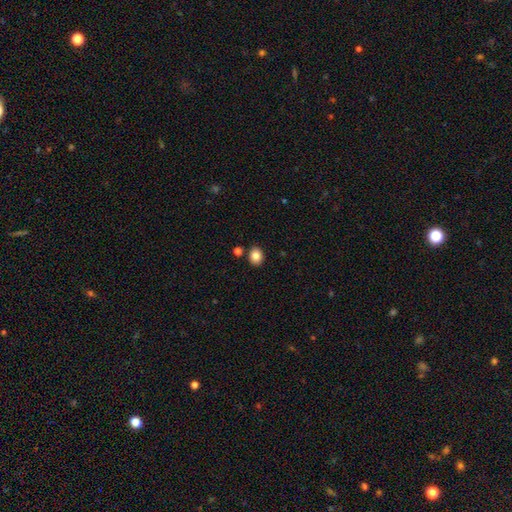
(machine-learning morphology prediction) Smooth or featured? Predicted: smooth (p=0.84). How rounded? Predicted: round (p=0.53). Merging? Predicted: none (p=0.85).